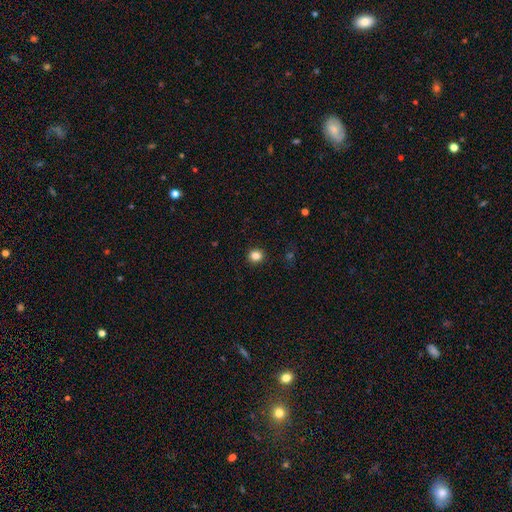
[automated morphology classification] Smooth or featured?
  - smooth: 85% *
  - star or artifact: 11%
  - featured or disk: 4%
How rounded?
  - round: 86% *
  - in between: 13%
  - cigar-shaped: 1%
Merging?
  - none: 91% *
  - minor disturbance: 6%
  - major disturbance: 2%
  - merger: 1%